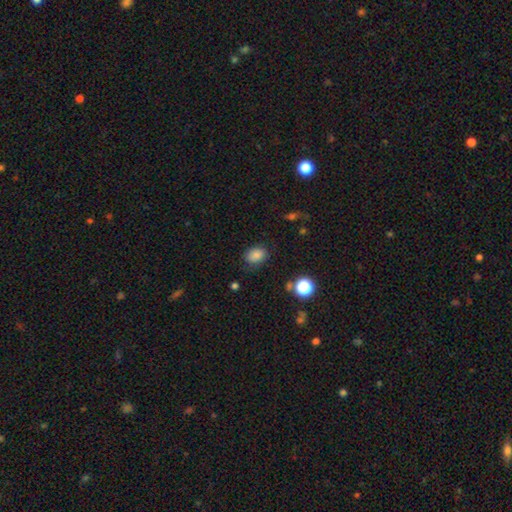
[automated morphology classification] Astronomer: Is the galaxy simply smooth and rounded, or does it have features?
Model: smooth — 83%.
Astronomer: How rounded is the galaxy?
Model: in between — 72%.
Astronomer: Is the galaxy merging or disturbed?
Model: none — 76%.